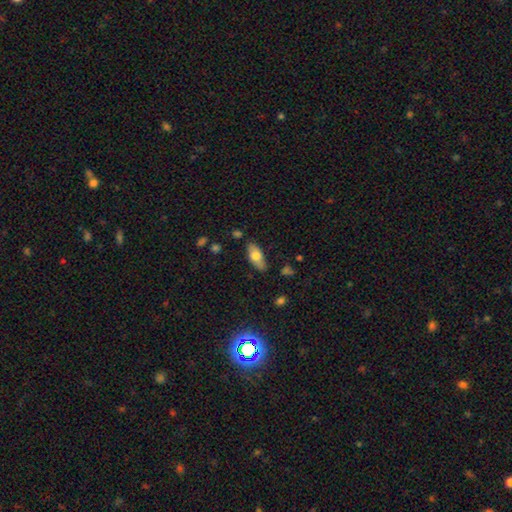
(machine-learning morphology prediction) Smooth or featured? Predicted: smooth (p=0.70). How rounded? Predicted: in between (p=0.84). Merging? Predicted: none (p=0.81).